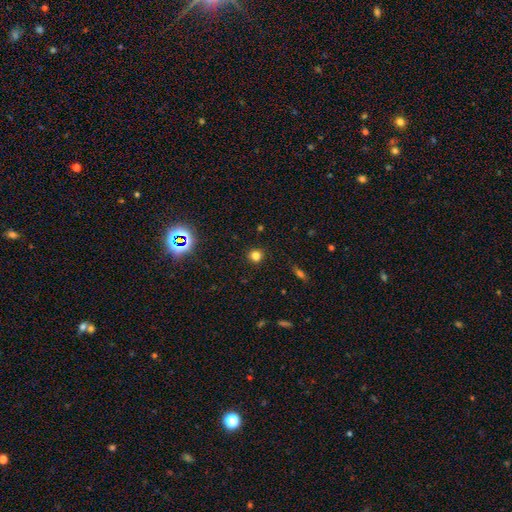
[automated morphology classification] The model was most divided on "smooth or featured": smooth: 77%, star or artifact: 18%, featured or disk: 5%. More confident: merging — none (89%); how rounded — round (87%).